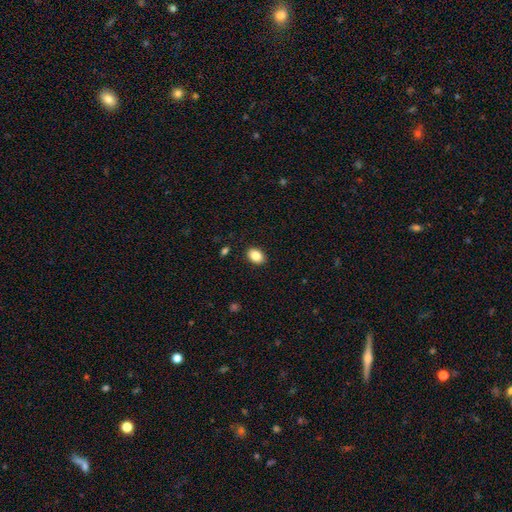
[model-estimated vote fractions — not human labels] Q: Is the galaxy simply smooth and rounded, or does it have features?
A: smooth — 86%.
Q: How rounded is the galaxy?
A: in between — 80%.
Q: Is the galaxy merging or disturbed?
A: none — 90%.